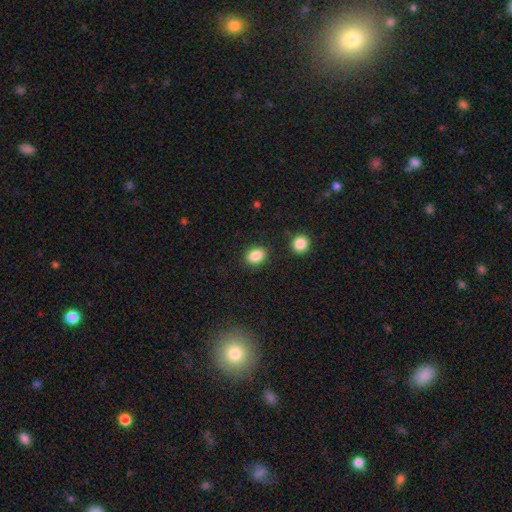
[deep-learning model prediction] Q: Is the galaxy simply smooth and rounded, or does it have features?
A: smooth — 86%.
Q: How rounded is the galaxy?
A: in between — 59%.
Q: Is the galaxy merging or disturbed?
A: none — 86%.